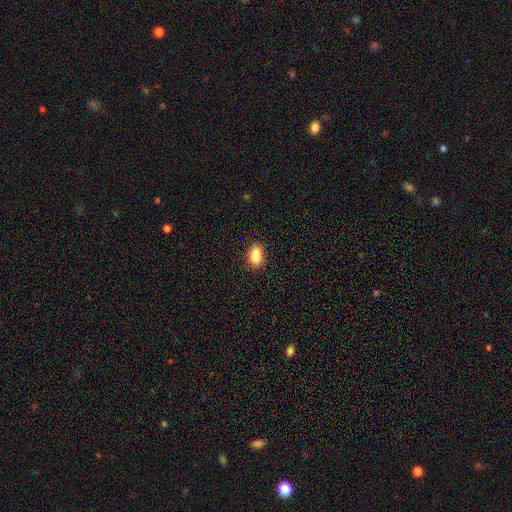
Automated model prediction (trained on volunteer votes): This appears to be a smooth galaxy with no disk features (87%) that is in between round and cigar-shaped (87%). Merging: none (81%).